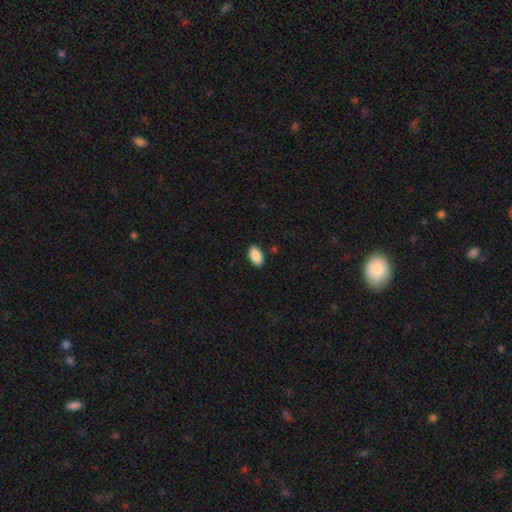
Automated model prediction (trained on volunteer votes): The model was most divided on "merging": none: 88%, minor disturbance: 9%, major disturbance: 2%, merger: 1%. More confident: how rounded — in between (94%); smooth or featured — smooth (89%).